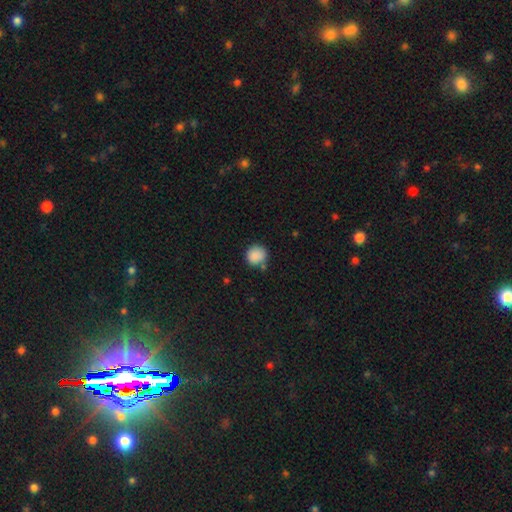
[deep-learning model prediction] This is clearly a smooth galaxy (88%). How rounded: clearly round (87%). Merging: likely none (71%).